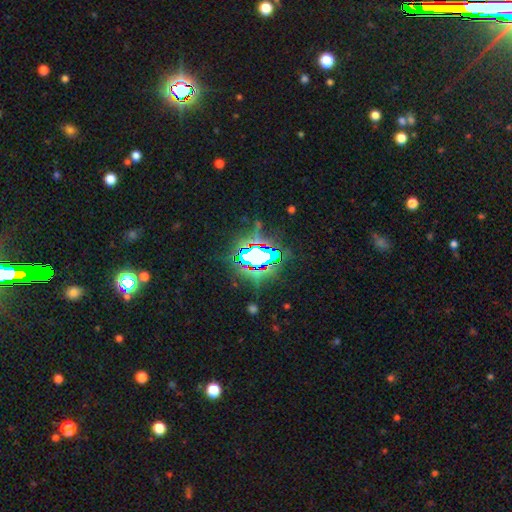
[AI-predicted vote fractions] This appears to be a star or artifact, not a galaxy (66%).